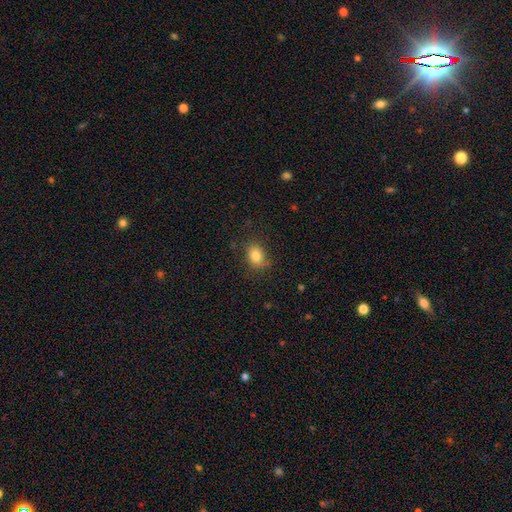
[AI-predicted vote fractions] smooth 82%, star or artifact 10%, featured or disk 8%. Down the decision tree: how rounded — in between (60%); merging — none (71%).